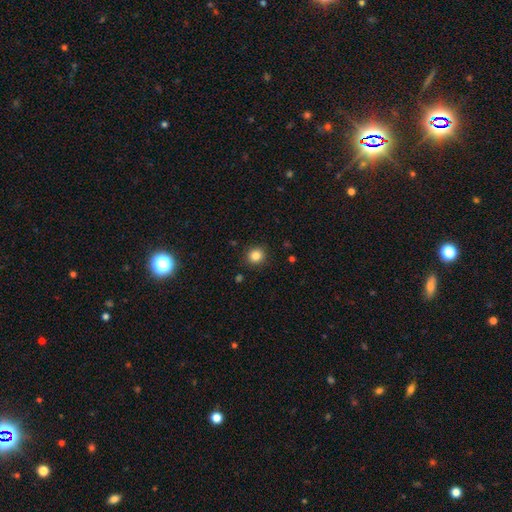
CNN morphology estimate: smooth 84%, star or artifact 11%, featured or disk 5%. Down the decision tree: how rounded — round (89%); merging — none (90%).